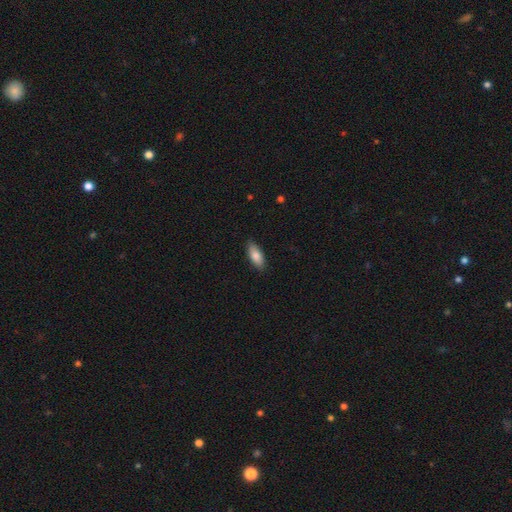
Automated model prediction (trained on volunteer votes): This appears to be a smooth galaxy with no disk features (82%) that is in between round and cigar-shaped (76%). Merging: none (88%).